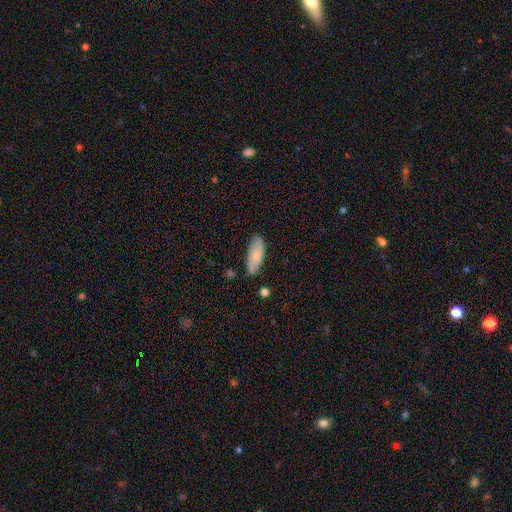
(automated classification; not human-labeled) Morphology: type=smooth (79%); roundness=in between (71%); merging=none (74%).